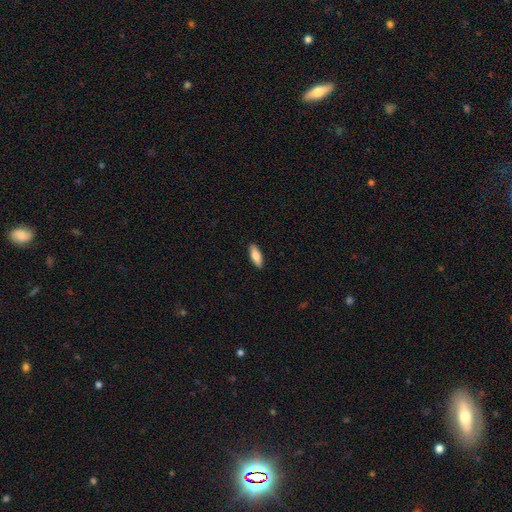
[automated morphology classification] smooth_or_featured: smooth (p=0.79) [alt: featured or disk p=0.15]
how_rounded: in between (p=0.67) [alt: cigar-shaped p=0.31]
merging: none (p=0.90) [alt: minor disturbance p=0.07]